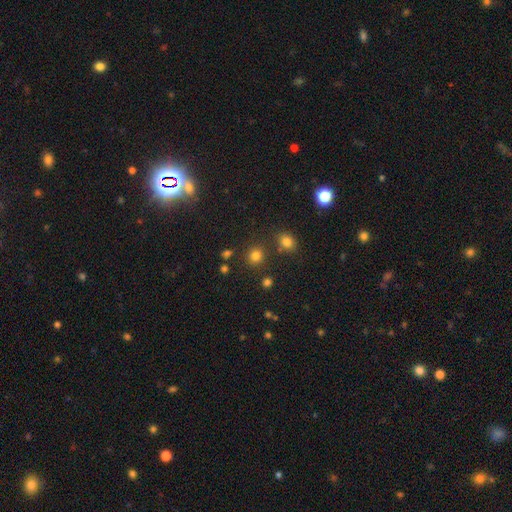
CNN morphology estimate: Q: Smooth or featured?
A: smooth (79%); runner-up: star or artifact (16%)
Q: How rounded?
A: round (88%); runner-up: in between (11%)
Q: Merging?
A: none (83%); runner-up: minor disturbance (7%)